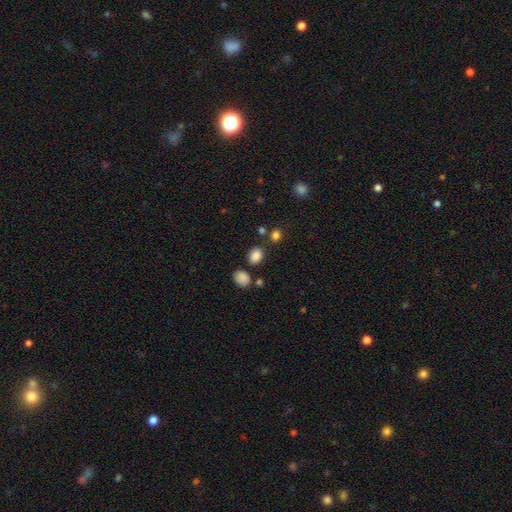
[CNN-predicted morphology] Smooth or featured? smooth (84%)
How rounded? in between (58%)
Merging? none (76%)